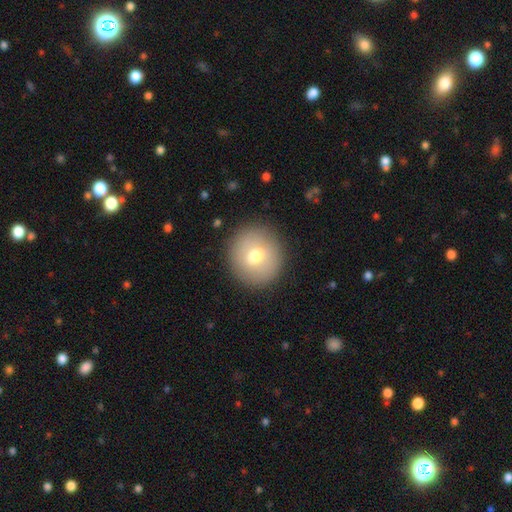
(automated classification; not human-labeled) Smooth or featured: smooth — 68% (featured or disk — 23%)
How rounded: round — 89% (in between — 10%)
Merging: none — 88% (minor disturbance — 7%)